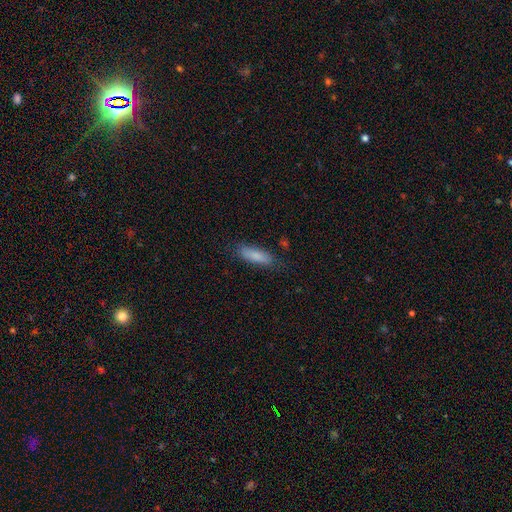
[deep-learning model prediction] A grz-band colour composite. It shows a smooth galaxy with no disk features (83%) that is cigar-shaped (51%). Merging: none (79%).